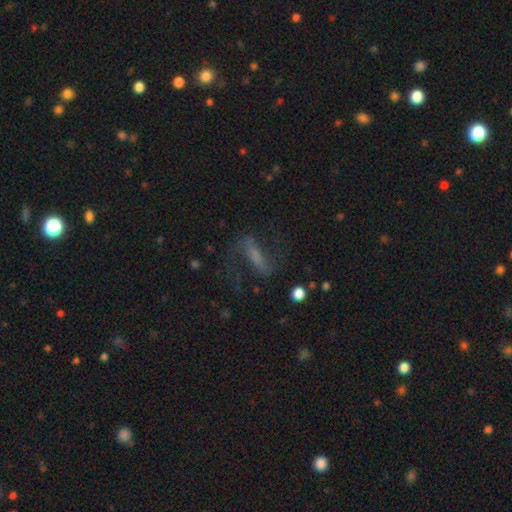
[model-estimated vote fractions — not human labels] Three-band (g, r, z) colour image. It shows a featured or disk galaxy (60%) with a strong bar (49%), spiral arms (83%) and no central bulge (41%). Merging: none (61%).